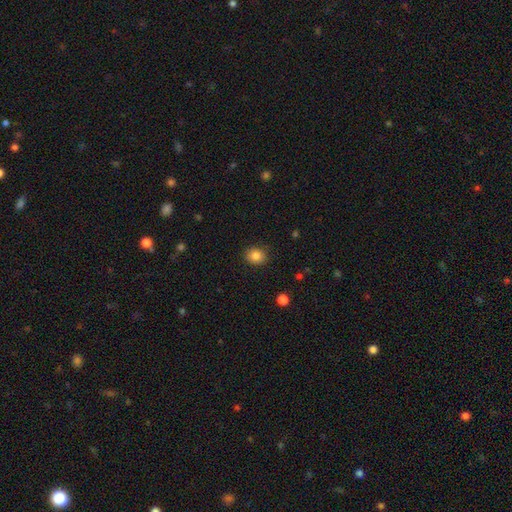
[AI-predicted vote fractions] Overall: smooth (84%). How rounded: round (65%; in between 34%). Merging: none (87%).